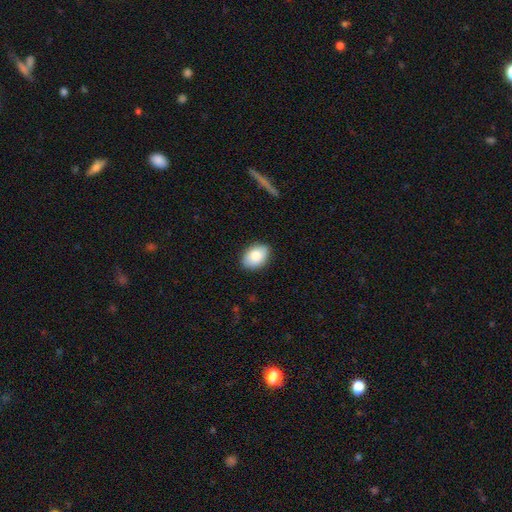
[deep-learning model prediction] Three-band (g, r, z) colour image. It shows a smooth galaxy with no disk features (81%) that is in between round and cigar-shaped (84%). Merging: none (86%).